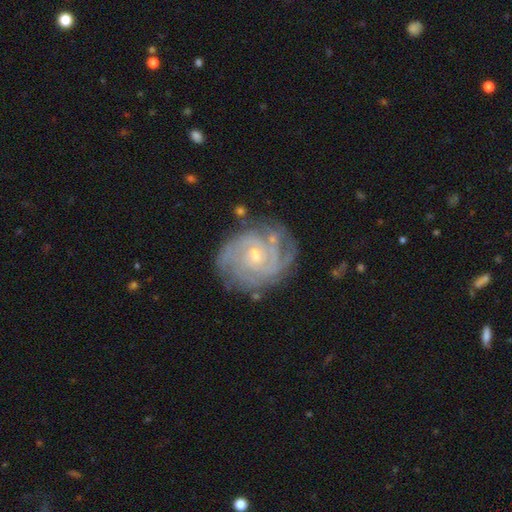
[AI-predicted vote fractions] Q: Smooth or featured?
A: featured or disk (87%); runner-up: smooth (7%)
Q: Edge-on disk?
A: no (98%); runner-up: yes (2%)
Q: Bar?
A: no (48%); runner-up: weak (44%)
Q: Spiral arms?
A: yes (96%); runner-up: no (4%)
Q: Spiral winding?
A: tight (74%); runner-up: medium (22%)
Q: Spiral arm count?
A: can't tell (30%); runner-up: 3 (21%)
Q: Bulge size?
A: small (58%); runner-up: moderate (37%)
Q: Merging?
A: none (70%); runner-up: minor disturbance (19%)